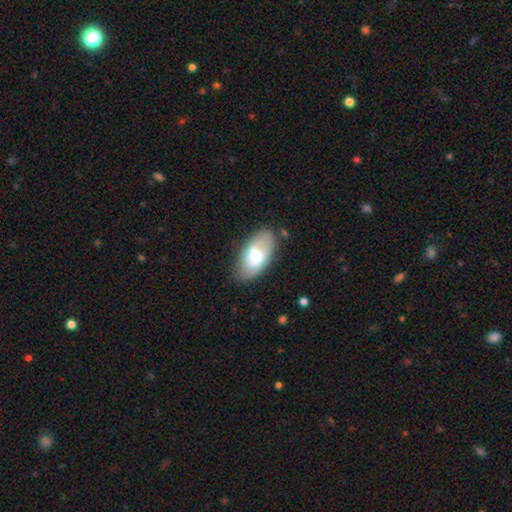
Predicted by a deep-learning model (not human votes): Q: Smooth or featured?
A: smooth (48%); runner-up: featured or disk (45%)
Q: Merging?
A: none (73%); runner-up: minor disturbance (18%)